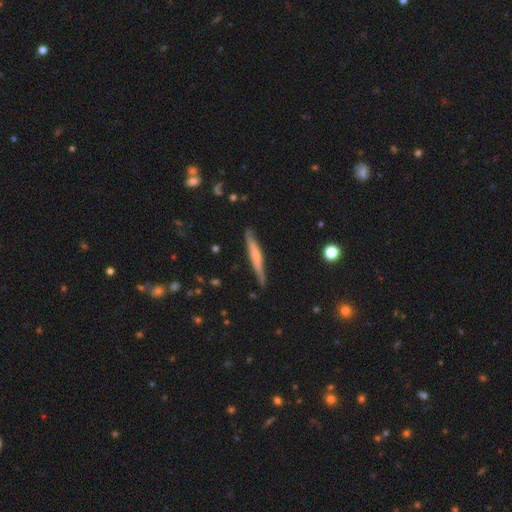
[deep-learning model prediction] This is possibly a featured or disk galaxy (48%). Merging: clearly none (84%).